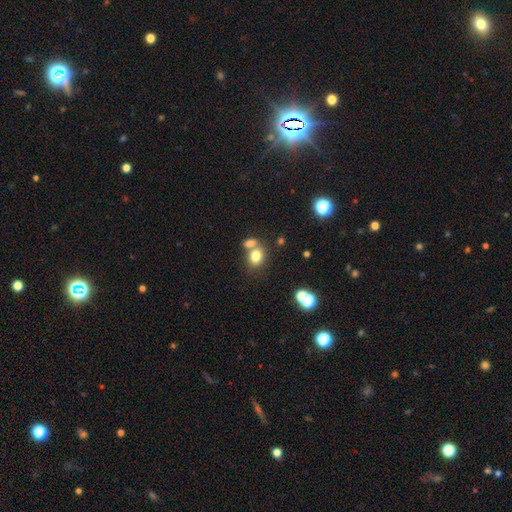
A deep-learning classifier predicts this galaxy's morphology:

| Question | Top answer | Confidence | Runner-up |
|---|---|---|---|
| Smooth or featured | smooth | 78% | star or artifact (12%) |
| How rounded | round | 50% | in between (49%) |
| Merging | none | 46% | merger (39%) |